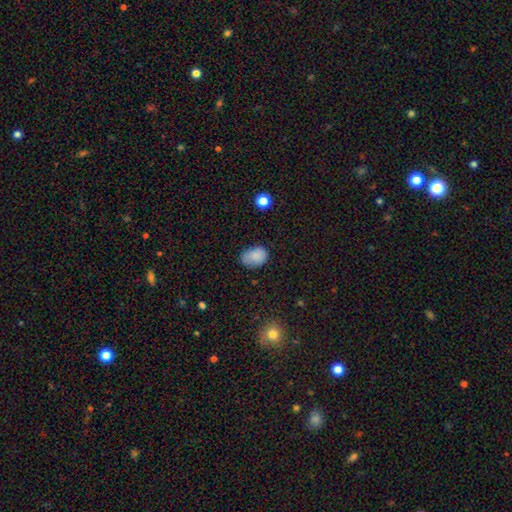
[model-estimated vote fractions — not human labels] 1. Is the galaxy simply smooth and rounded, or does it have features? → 84% smooth, 10% star or artifact, 6% featured or disk.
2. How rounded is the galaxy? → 73% in between, 26% round, 1% cigar-shaped.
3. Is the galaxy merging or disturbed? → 62% none, 30% minor disturbance, 7% major disturbance, 2% merger.